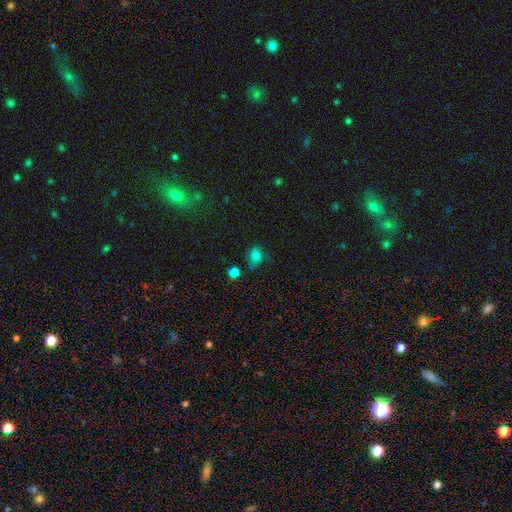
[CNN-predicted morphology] Smooth or featured: smooth — 74% (star or artifact — 17%)
How rounded: round — 55% (in between — 44%)
Merging: none — 50% (minor disturbance — 31%)